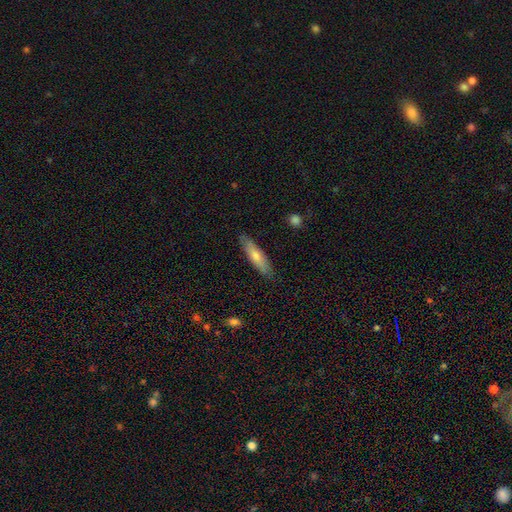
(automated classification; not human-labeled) This is likely a smooth galaxy (64%). How rounded: likely cigar-shaped (75%). Merging: clearly none (86%).